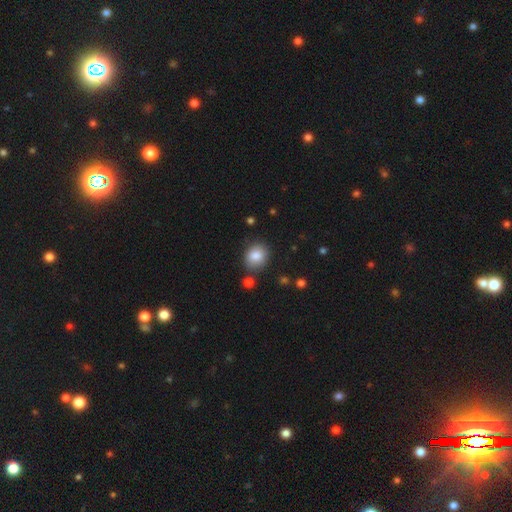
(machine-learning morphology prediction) Smooth or featured?
  - smooth: 84% *
  - star or artifact: 9%
  - featured or disk: 7%
How rounded?
  - round: 64% *
  - in between: 35%
  - cigar-shaped: 1%
Merging?
  - none: 81% *
  - minor disturbance: 11%
  - merger: 5%
  - major disturbance: 3%